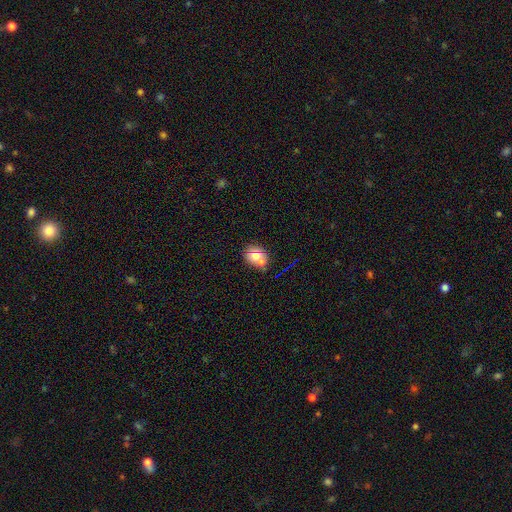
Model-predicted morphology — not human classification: The model was most divided on "how rounded": round: 55%, in between: 43%, cigar-shaped: 1%. Remaining: smooth or featured — smooth (67%); merging — none (49%).